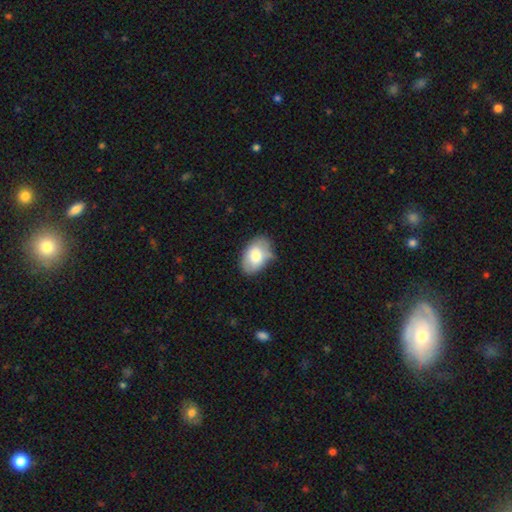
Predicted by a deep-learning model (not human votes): Morphology: type=smooth (75%); roundness=in between (90%); merging=none (64%).